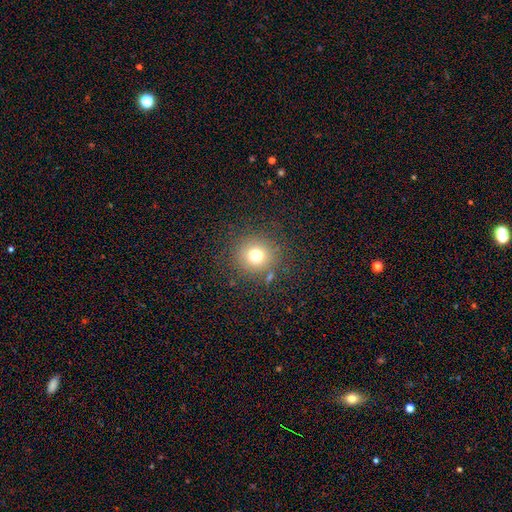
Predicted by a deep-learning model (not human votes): A smooth galaxy with no disk features (74%) that is round (93%).

Vote fractions:
- Smooth or featured? smooth: 74% / star or artifact: 16% / featured or disk: 10%
- How rounded? round: 93% / in between: 6% / cigar-shaped: 1%
- Merging? none: 85% / minor disturbance: 8% / major disturbance: 4% / merger: 3%